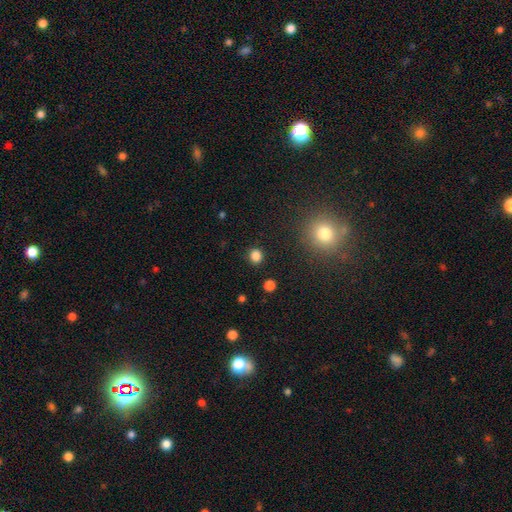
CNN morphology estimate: The model was most divided on "how rounded": round: 83%, in between: 16%, cigar-shaped: 1%. More confident: merging — none (90%); smooth or featured — smooth (83%).